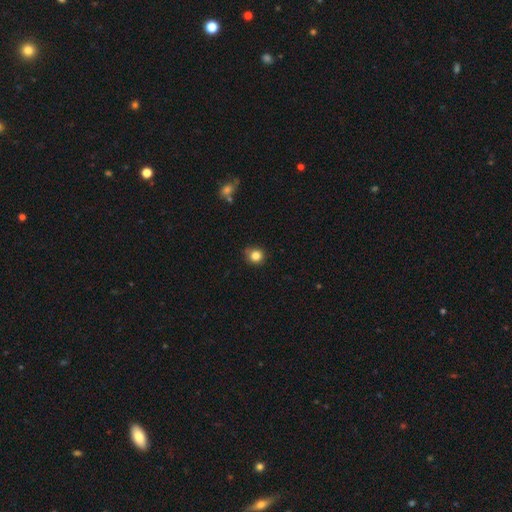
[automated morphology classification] Smooth or featured? smooth (83%)
How rounded? round (89%)
Merging? none (81%)